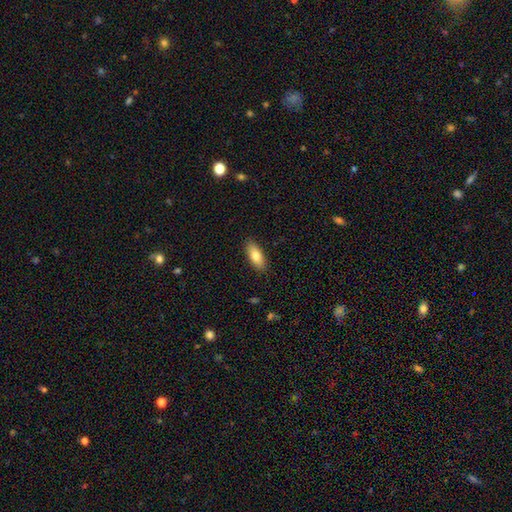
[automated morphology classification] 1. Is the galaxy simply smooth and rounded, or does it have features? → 80% smooth, 13% featured or disk, 7% star or artifact.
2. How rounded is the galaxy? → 80% in between, 18% cigar-shaped, 2% round.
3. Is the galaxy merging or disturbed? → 88% none, 9% minor disturbance, 2% major disturbance, 1% merger.